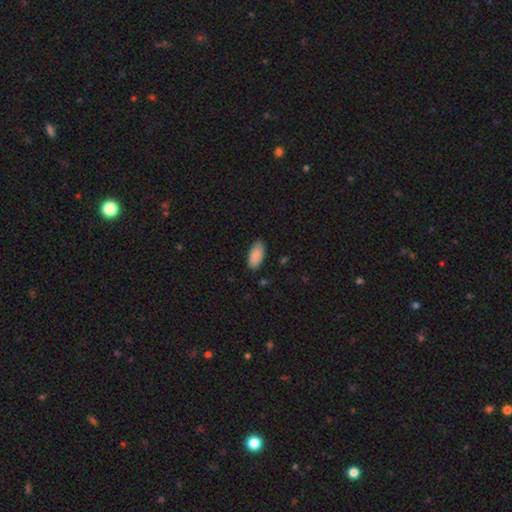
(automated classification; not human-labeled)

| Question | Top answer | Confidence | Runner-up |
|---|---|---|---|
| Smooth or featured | smooth | 90% | star or artifact (6%) |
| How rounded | in between | 93% | cigar-shaped (6%) |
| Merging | none | 81% | minor disturbance (16%) |